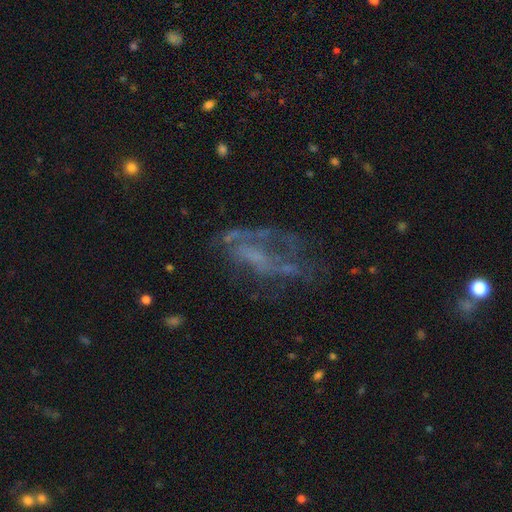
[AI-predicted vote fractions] Smooth or featured: featured or disk — 63% (smooth — 20%)
Edge-on disk: no — 93% (yes — 7%)
Bar: no — 70% (weak — 22%)
Spiral arms: no — 63% (yes — 37%)
Bulge size: none — 62% (small — 22%)
Merging: major disturbance — 39% (none — 37%)